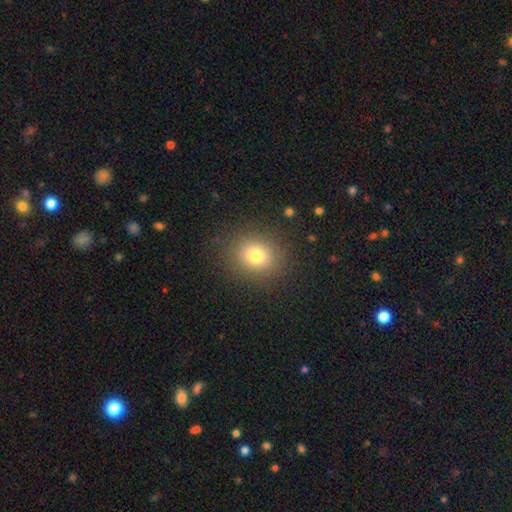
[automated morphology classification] The model was most divided on "how rounded": round: 79%, in between: 20%, cigar-shaped: 1%. More confident: merging — none (87%); smooth or featured — smooth (76%).